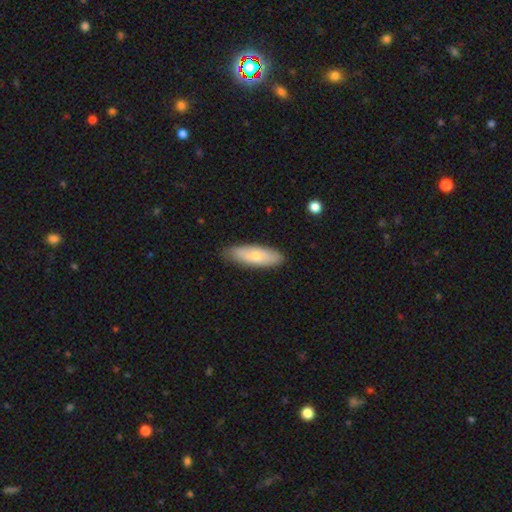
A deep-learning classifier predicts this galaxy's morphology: Smooth or featured?
  - smooth: 66% *
  - featured or disk: 29%
  - star or artifact: 6%
How rounded?
  - in between: 58% *
  - cigar-shaped: 40%
  - round: 2%
Merging?
  - none: 82% *
  - minor disturbance: 14%
  - major disturbance: 2%
  - merger: 1%